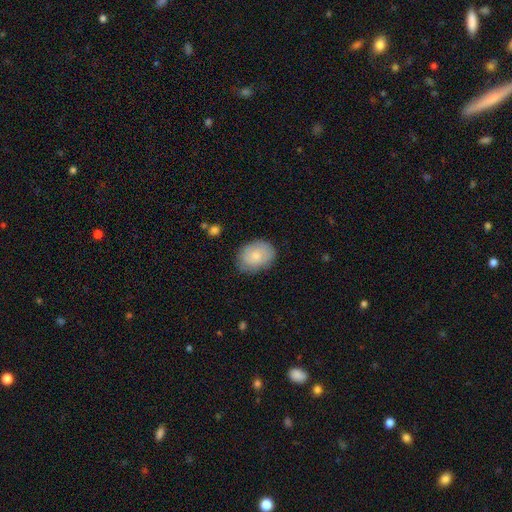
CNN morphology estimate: This appears to be a smooth galaxy with no disk features (78%) that is in between round and cigar-shaped (68%). Merging: none (77%).